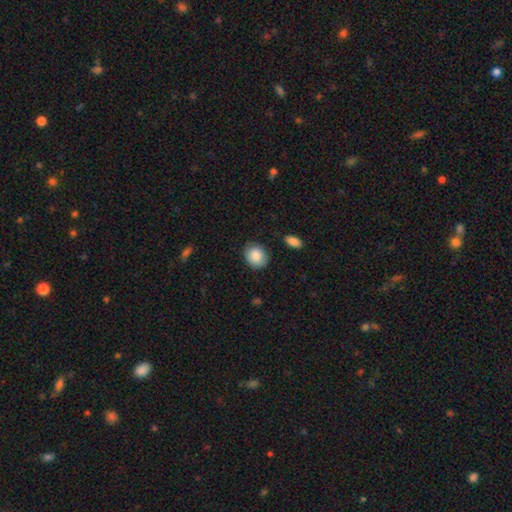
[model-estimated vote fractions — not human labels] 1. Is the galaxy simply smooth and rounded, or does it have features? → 86% smooth, 7% featured or disk, 7% star or artifact.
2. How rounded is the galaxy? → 54% round, 45% in between, 1% cigar-shaped.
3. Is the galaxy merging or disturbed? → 82% none, 14% minor disturbance, 3% major disturbance, 2% merger.